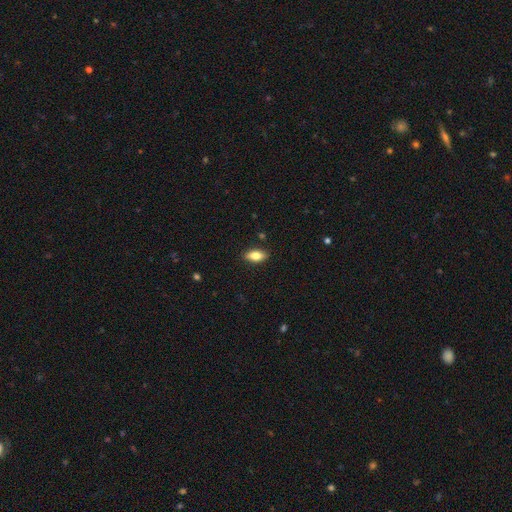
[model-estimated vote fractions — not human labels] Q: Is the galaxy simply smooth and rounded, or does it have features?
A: smooth — 77%.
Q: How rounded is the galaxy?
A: in between — 86%.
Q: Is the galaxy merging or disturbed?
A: none — 88%.